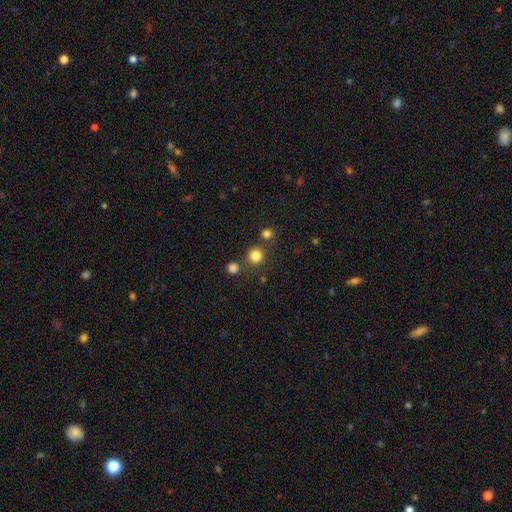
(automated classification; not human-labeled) This is clearly a smooth galaxy (81%). How rounded: clearly round (91%). Merging: likely none (78%).